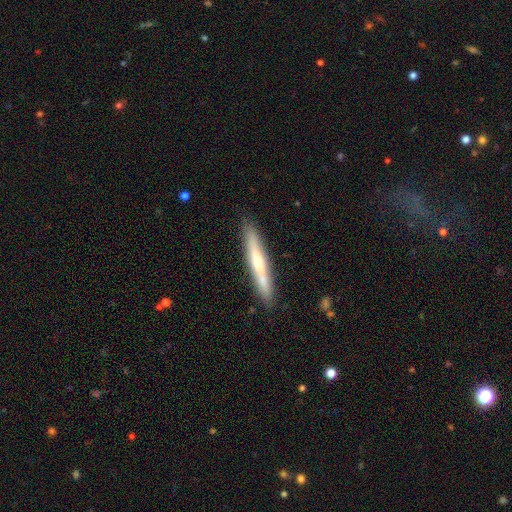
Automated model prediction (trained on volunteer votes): smooth-or-featured: featured or disk: 50% | smooth: 44% | star or artifact: 6%
  merging: none: 88% | minor disturbance: 9% | merger: 2% | major disturbance: 2%